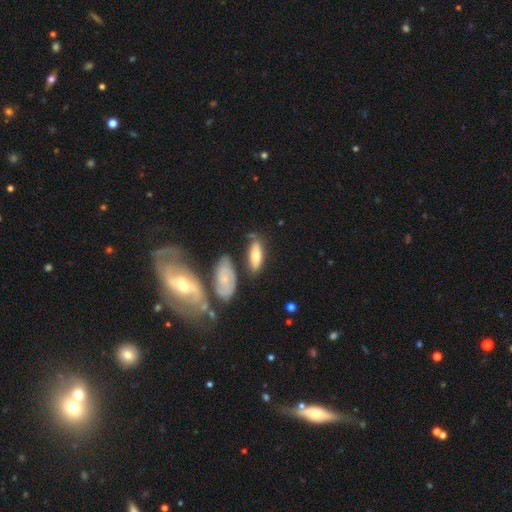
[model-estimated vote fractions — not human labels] smooth 57%, featured or disk 36%, star or artifact 7%. Down the decision tree: how rounded — in between (73%); merging — none (64%).